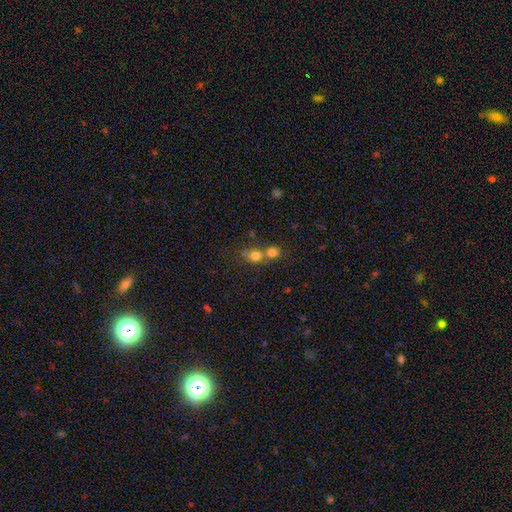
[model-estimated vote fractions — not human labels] Q: Smooth or featured?
A: smooth (75%); runner-up: star or artifact (15%)
Q: How rounded?
A: round (79%); runner-up: in between (20%)
Q: Merging?
A: merger (54%); runner-up: none (38%)